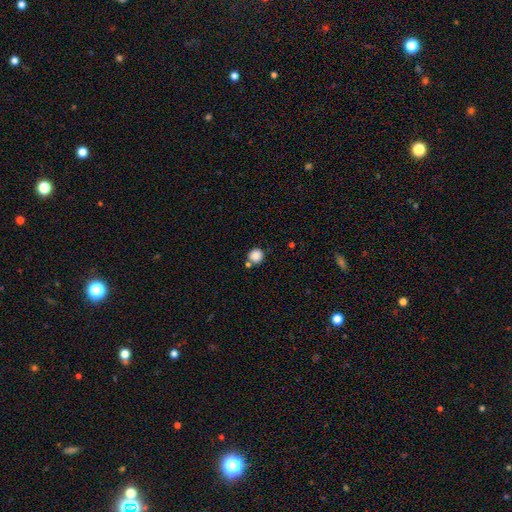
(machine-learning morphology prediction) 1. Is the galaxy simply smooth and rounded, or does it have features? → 86% smooth, 10% star or artifact, 4% featured or disk.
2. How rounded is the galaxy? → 92% round, 7% in between, 1% cigar-shaped.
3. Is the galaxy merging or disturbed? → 71% none, 16% merger, 10% minor disturbance, 3% major disturbance.